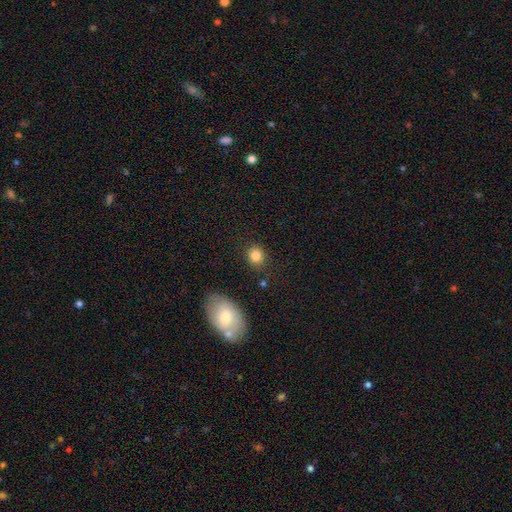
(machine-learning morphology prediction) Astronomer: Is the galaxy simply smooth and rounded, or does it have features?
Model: smooth — 84%.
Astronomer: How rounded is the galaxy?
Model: round — 73%.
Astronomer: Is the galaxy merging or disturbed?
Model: none — 83%.